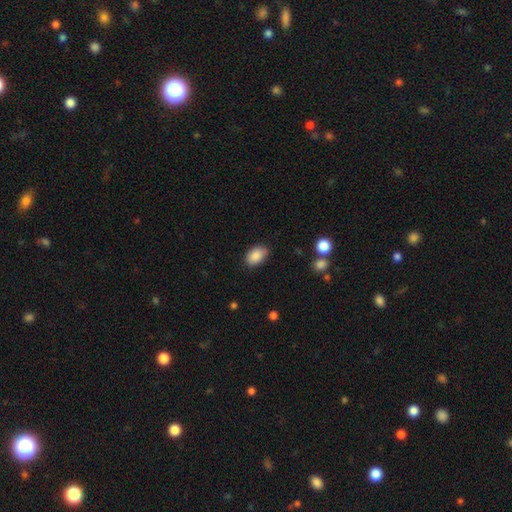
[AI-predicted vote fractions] A smooth galaxy with no disk features (89%) that is in between round and cigar-shaped (90%).

Vote fractions:
- Smooth or featured? smooth: 89% / star or artifact: 7% / featured or disk: 4%
- How rounded? in between: 90% / round: 8% / cigar-shaped: 1%
- Merging? none: 82% / minor disturbance: 14% / major disturbance: 3% / merger: 1%